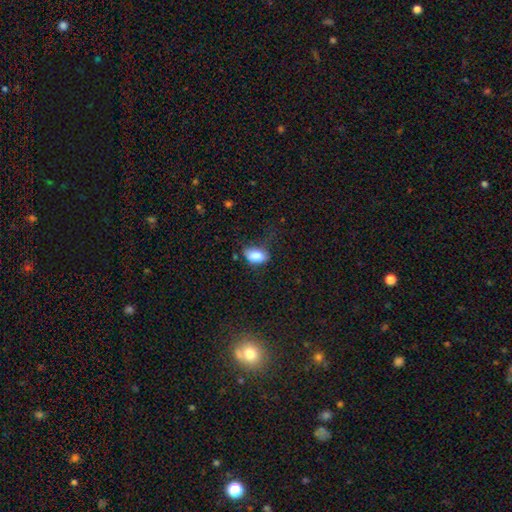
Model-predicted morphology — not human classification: A smooth galaxy with no disk features (83%) that is in between round and cigar-shaped (89%).

Vote fractions:
- Smooth or featured? smooth: 83% / featured or disk: 9% / star or artifact: 9%
- How rounded? in between: 89% / round: 9% / cigar-shaped: 2%
- Merging? none: 51% / minor disturbance: 31% / major disturbance: 15% / merger: 3%